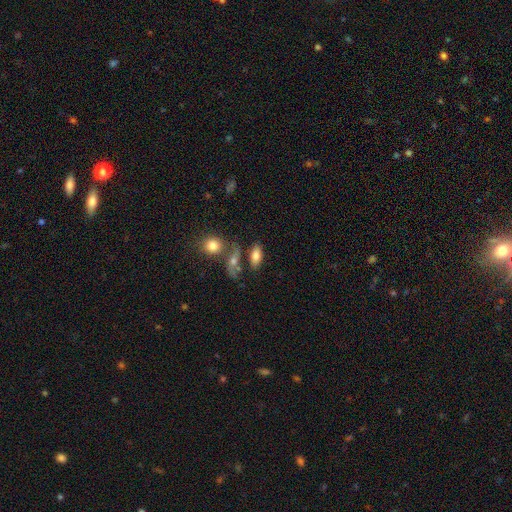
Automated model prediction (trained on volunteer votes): The model was most divided on "merging": none: 61%, merger: 20%, minor disturbance: 13%, major disturbance: 6%. More confident: how rounded — in between (85%); smooth or featured — smooth (77%).